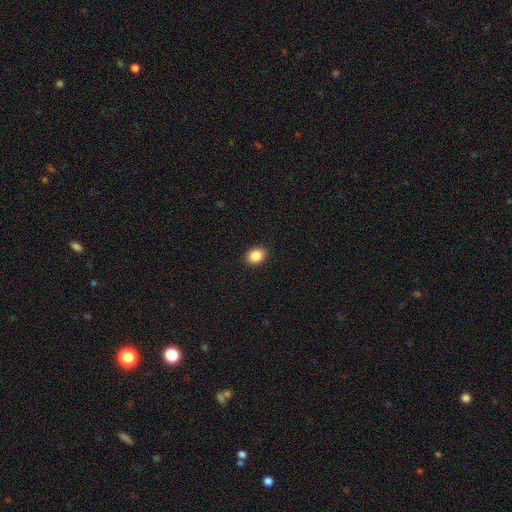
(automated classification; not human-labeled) Smooth or featured: smooth — 87% (star or artifact — 9%)
How rounded: in between — 54% (round — 45%)
Merging: none — 91% (minor disturbance — 6%)